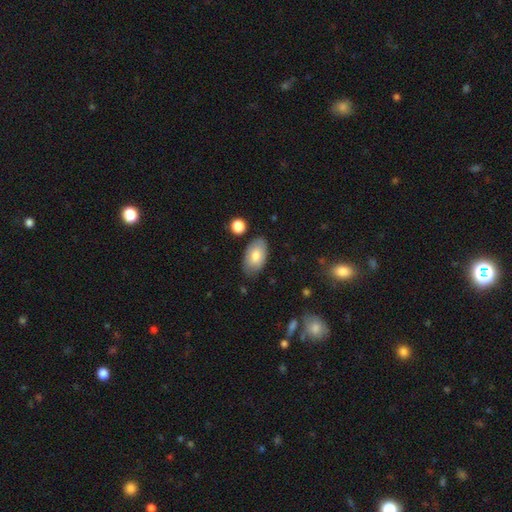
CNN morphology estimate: Overall: smooth (76%). How rounded: in between (94%). Merging: none (78%).